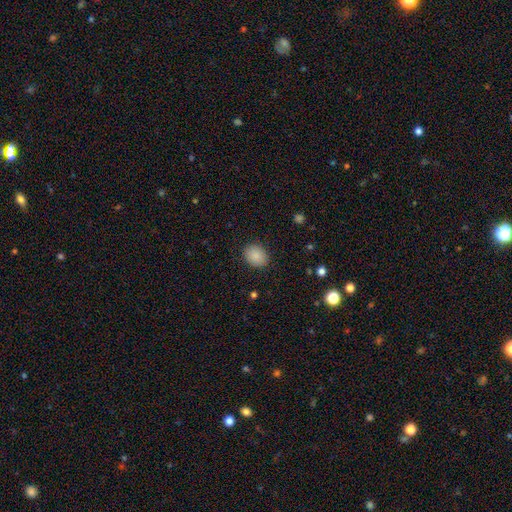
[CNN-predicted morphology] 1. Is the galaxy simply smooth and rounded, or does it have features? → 89% smooth, 8% star or artifact, 3% featured or disk.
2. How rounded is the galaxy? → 55% in between, 44% round, 1% cigar-shaped.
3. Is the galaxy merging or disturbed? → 88% none, 9% minor disturbance, 3% major disturbance, 1% merger.